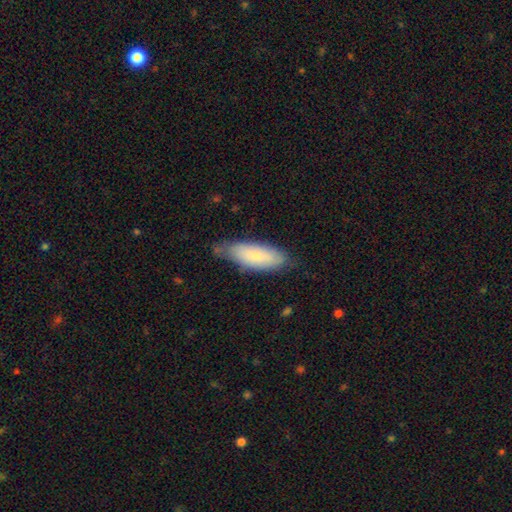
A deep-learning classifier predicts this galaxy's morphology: This is likely a smooth galaxy (76%). How rounded: likely in between (71%). Merging: likely none (64%).